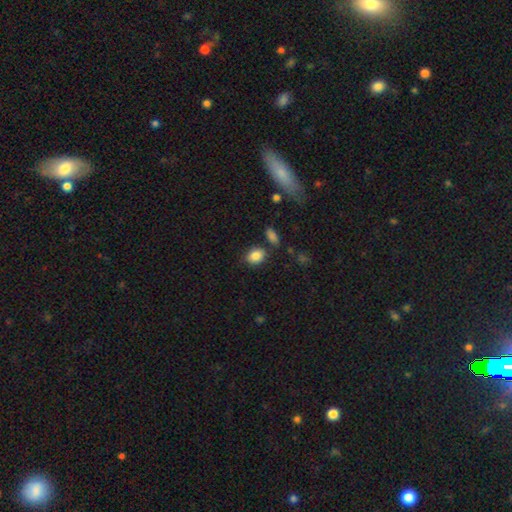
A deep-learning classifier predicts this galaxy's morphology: A smooth galaxy with no disk features (86%) that is in between round and cigar-shaped (65%).

Vote fractions:
- Smooth or featured? smooth: 86% / star or artifact: 9% / featured or disk: 6%
- How rounded? in between: 65% / round: 34% / cigar-shaped: 1%
- Merging? none: 75% / minor disturbance: 13% / merger: 7% / major disturbance: 4%